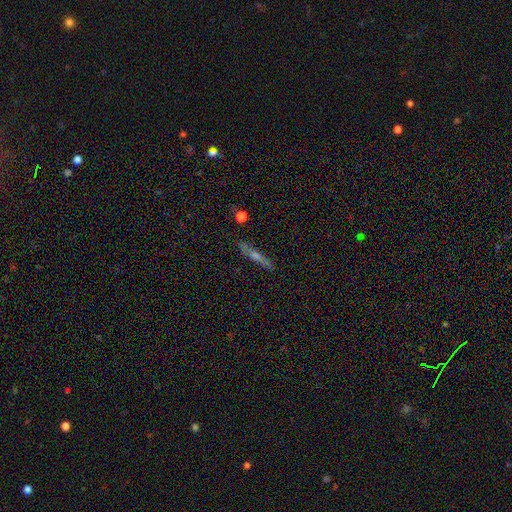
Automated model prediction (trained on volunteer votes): Smooth or featured: featured or disk — 60% (smooth — 31%)
Edge-on disk: yes — 92% (no — 8%)
Edge-on bulge: rounded — 79% (none — 16%)
Merging: none — 85% (minor disturbance — 11%)